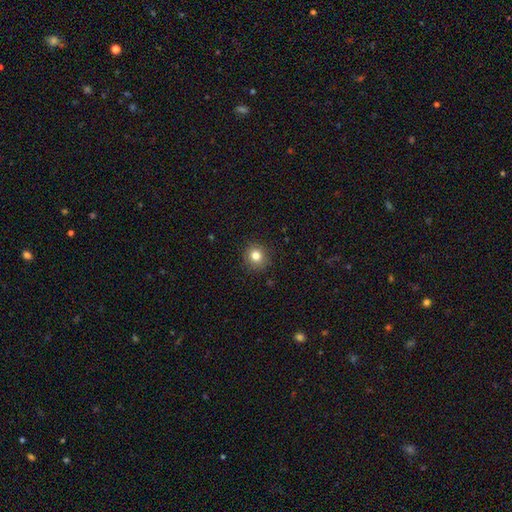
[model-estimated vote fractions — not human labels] Smooth or featured?
  - smooth: 81% *
  - star or artifact: 12%
  - featured or disk: 7%
How rounded?
  - round: 90% *
  - in between: 9%
  - cigar-shaped: 1%
Merging?
  - none: 90% *
  - minor disturbance: 7%
  - major disturbance: 2%
  - merger: 1%